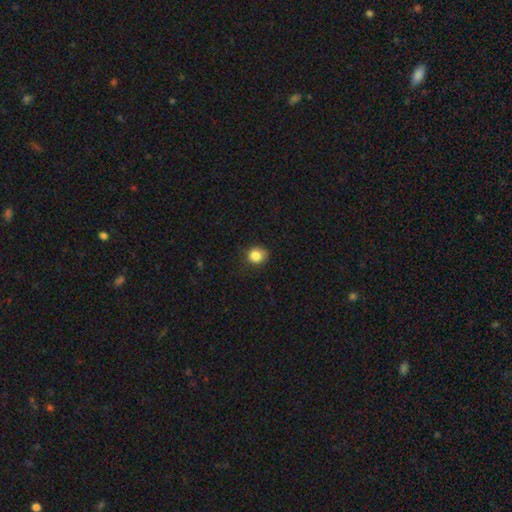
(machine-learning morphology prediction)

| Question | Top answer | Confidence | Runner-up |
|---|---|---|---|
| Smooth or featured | smooth | 84% | star or artifact (11%) |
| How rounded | round | 80% | in between (19%) |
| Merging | none | 74% | minor disturbance (21%) |